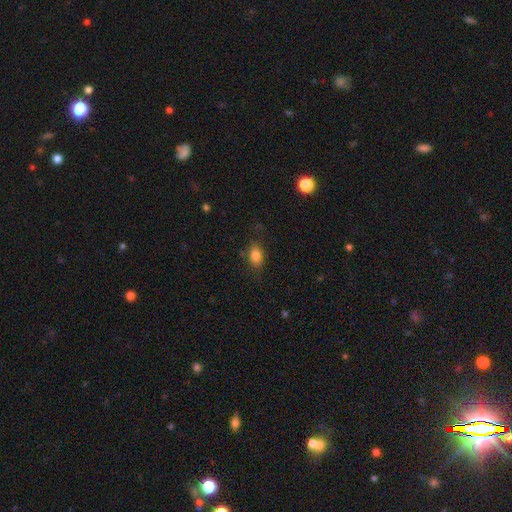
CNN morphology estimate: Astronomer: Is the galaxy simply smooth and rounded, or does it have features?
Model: smooth — 82%.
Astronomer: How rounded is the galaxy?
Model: in between — 76%.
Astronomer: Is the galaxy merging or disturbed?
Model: none — 78%.